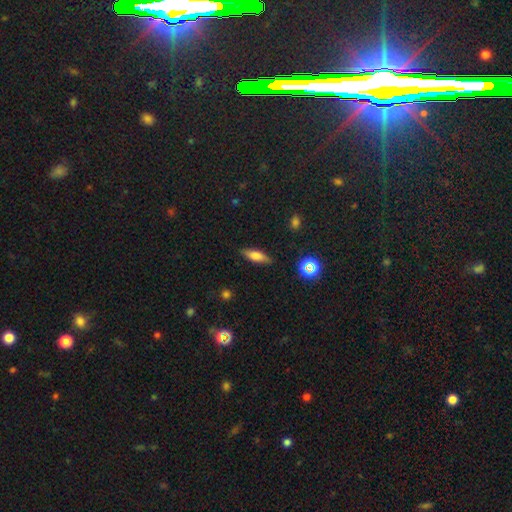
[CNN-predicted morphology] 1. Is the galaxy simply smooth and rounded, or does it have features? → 69% smooth, 21% featured or disk, 10% star or artifact.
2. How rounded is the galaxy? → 51% in between, 46% cigar-shaped, 3% round.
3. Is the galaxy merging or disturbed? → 85% none, 11% minor disturbance, 3% major disturbance, 1% merger.